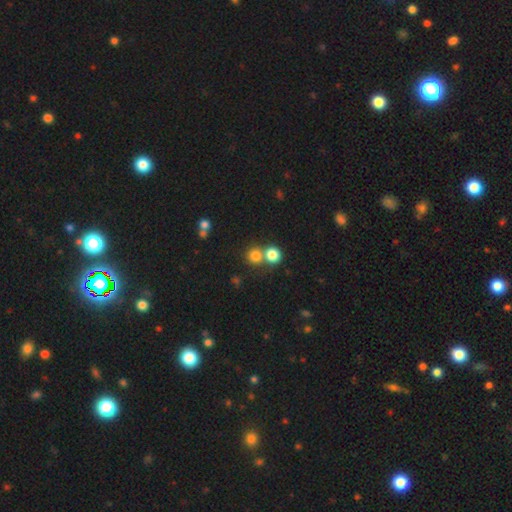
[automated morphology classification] Smooth or featured: smooth — 79% (star or artifact — 14%)
How rounded: round — 90% (in between — 9%)
Merging: none — 55% (merger — 35%)